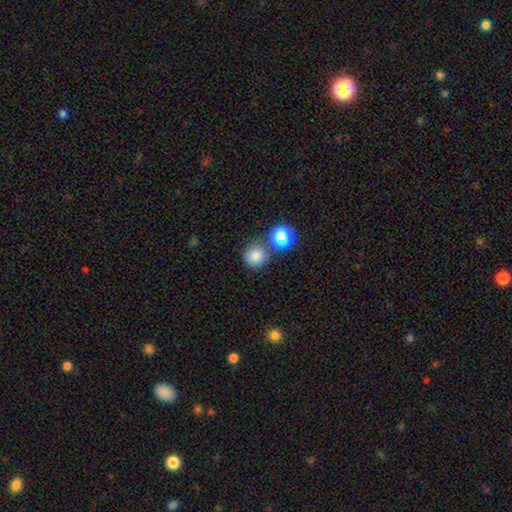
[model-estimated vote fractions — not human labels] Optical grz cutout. It shows a smooth galaxy with no disk features (82%) that is round (92%). Merging: none (72%).